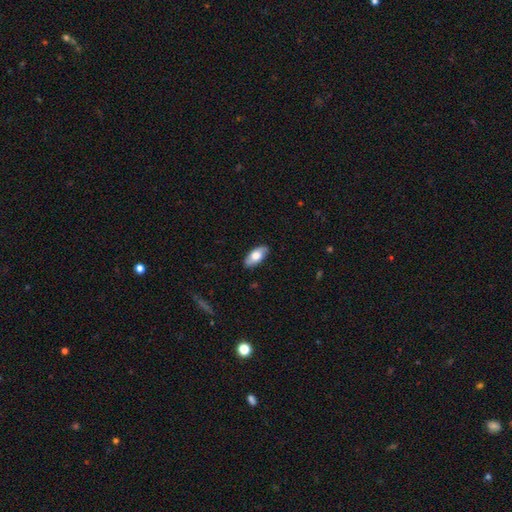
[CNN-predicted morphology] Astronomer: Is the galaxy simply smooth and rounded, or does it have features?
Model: smooth — 66%.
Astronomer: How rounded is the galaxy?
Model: in between — 89%.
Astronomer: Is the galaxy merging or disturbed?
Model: none — 85%.